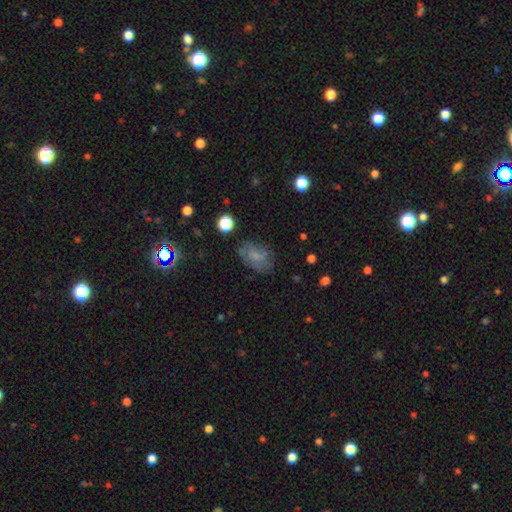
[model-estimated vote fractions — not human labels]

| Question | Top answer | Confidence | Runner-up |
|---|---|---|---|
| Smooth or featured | smooth | 50% | featured or disk (35%) |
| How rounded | in between | 80% | round (18%) |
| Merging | none | 63% | minor disturbance (23%) |